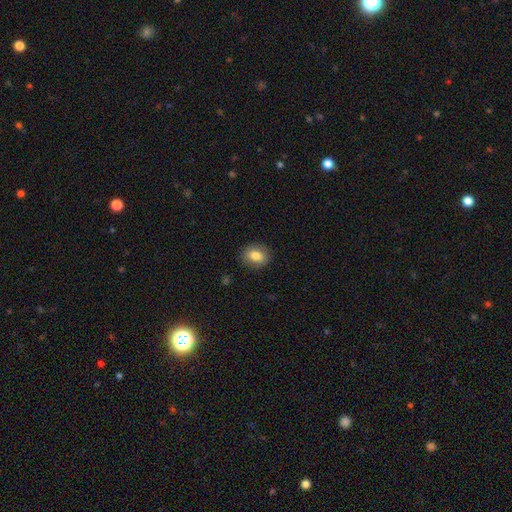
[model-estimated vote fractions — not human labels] Smooth or featured: smooth — 81% (featured or disk — 10%)
How rounded: in between — 53% (round — 46%)
Merging: none — 87% (minor disturbance — 9%)